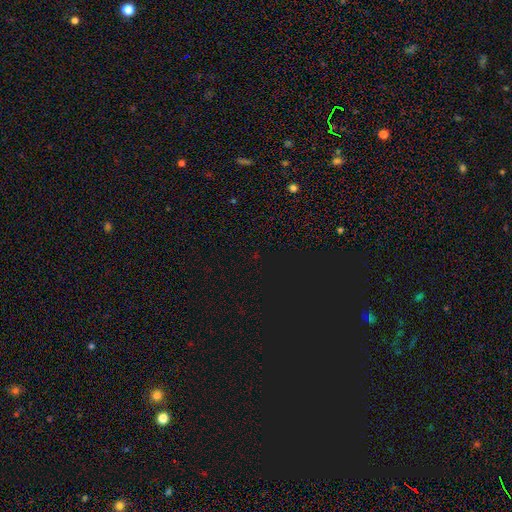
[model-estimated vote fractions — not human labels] This appears to be a star or artifact, not a galaxy (77%).